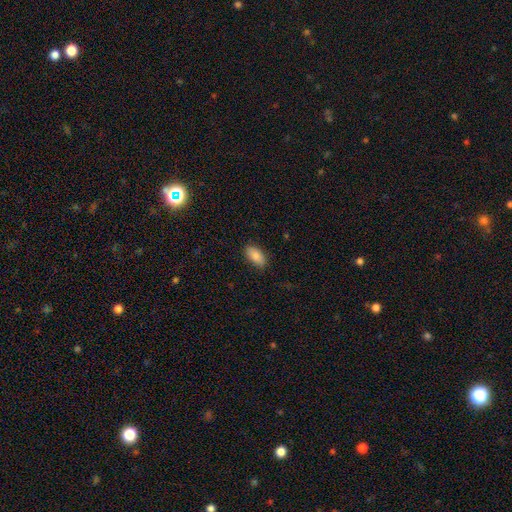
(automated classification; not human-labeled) Smooth or featured? Predicted: smooth (p=0.85). How rounded? Predicted: in between (p=0.93). Merging? Predicted: none (p=0.87).